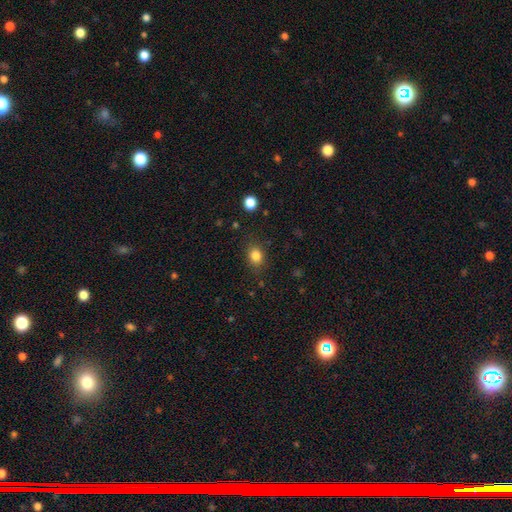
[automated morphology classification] Smooth or featured?
  - smooth: 83% *
  - star or artifact: 12%
  - featured or disk: 5%
How rounded?
  - round: 55% *
  - in between: 44%
  - cigar-shaped: 1%
Merging?
  - none: 82% *
  - minor disturbance: 12%
  - major disturbance: 4%
  - merger: 2%